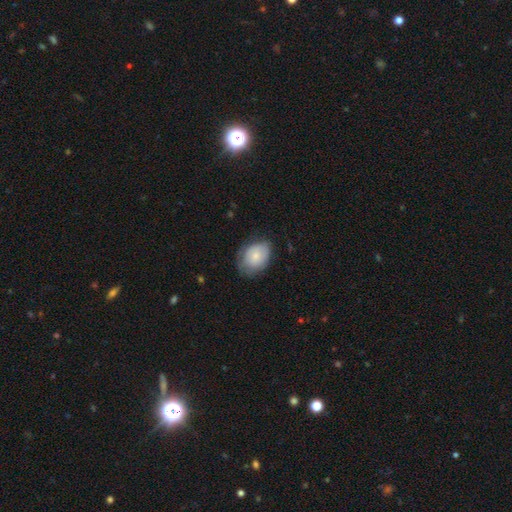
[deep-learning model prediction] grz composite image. It shows a smooth galaxy with no disk features (76%) that is in between round and cigar-shaped (70%). Merging: none (61%).